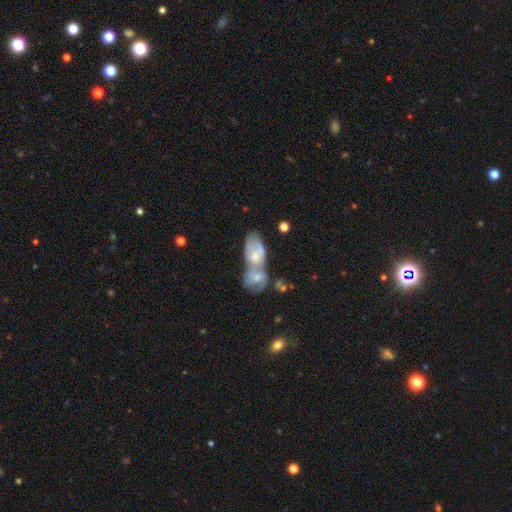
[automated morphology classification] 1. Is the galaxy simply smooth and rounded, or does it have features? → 46% smooth, 45% featured or disk, 9% star or artifact.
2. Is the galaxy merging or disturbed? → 75% merger, 13% none, 7% minor disturbance, 5% major disturbance.